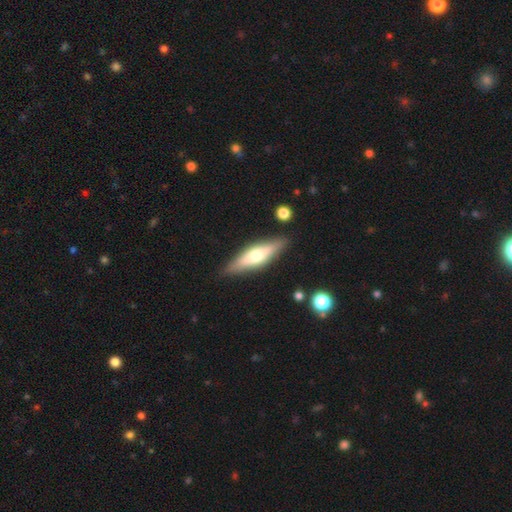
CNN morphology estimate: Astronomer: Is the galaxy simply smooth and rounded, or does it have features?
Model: featured or disk — 49% (runner-up: smooth, 45%).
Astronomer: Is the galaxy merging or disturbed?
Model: none — 85%.